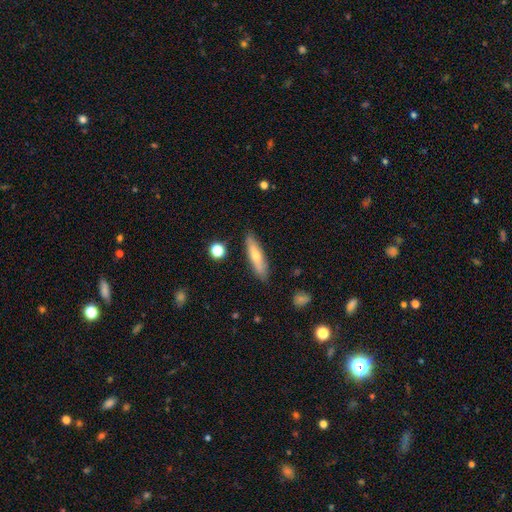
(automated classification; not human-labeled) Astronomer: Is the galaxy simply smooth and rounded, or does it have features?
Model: smooth — 60%.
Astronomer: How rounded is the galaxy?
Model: cigar-shaped — 73%.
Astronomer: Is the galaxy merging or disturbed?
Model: none — 84%.